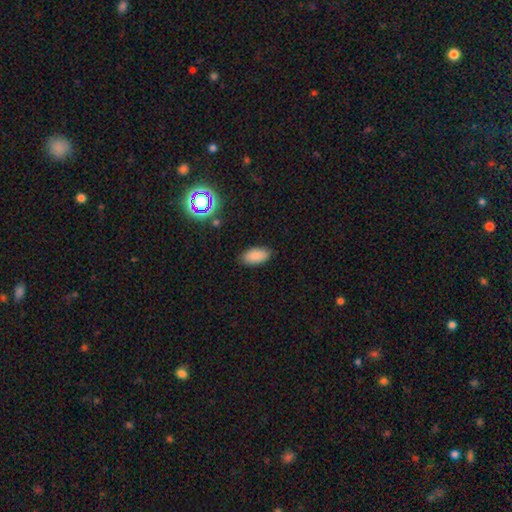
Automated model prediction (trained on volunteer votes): This appears to be a smooth galaxy with no disk features (85%) that is in between round and cigar-shaped (93%). Merging: none (86%).